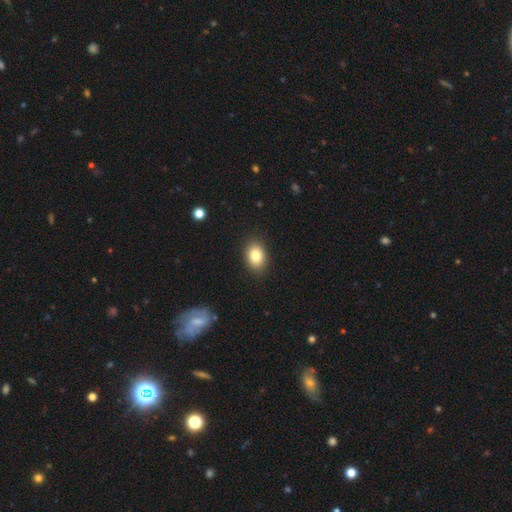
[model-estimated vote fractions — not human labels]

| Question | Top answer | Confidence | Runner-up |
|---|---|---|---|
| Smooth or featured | smooth | 83% | star or artifact (9%) |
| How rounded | in between | 73% | round (26%) |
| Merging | none | 88% | minor disturbance (8%) |